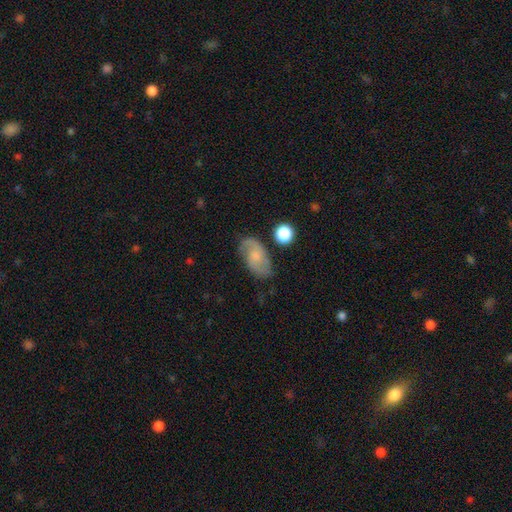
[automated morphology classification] A featured or disk galaxy (60%) with no bar (62%), 2 (79%) medium (47%) spiral arms (89%) and a small central bulge (43%).

Vote fractions:
- Smooth or featured? featured or disk: 60% / smooth: 32% / star or artifact: 8%
- Edge-on disk? no: 96% / yes: 4%
- Bar? no: 62% / weak: 33% / strong: 5%
- Spiral arms? yes: 89% / no: 11%
- Spiral winding? medium: 47% / tight: 28% / loose: 25%
- Spiral arm count? 2: 79% / can't tell: 11% / 1: 7% / 3: 2% / 4: 1% / more than 4: 1%
- Bulge size? small: 43% / moderate: 26% / none: 23% / large: 5% / dominant: 2%
- Merging? none: 69% / minor disturbance: 20% / major disturbance: 7% / merger: 3%